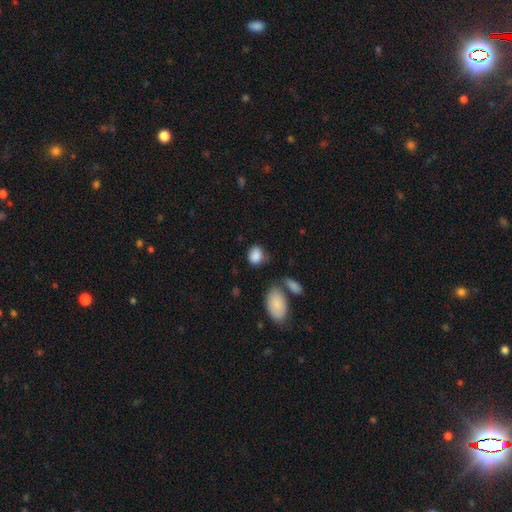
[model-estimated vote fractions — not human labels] A smooth galaxy with no disk features (87%) that is in between round and cigar-shaped (56%).

Vote fractions:
- Smooth or featured? smooth: 87% / star or artifact: 8% / featured or disk: 5%
- How rounded? in between: 56% / round: 42% / cigar-shaped: 2%
- Merging? none: 62% / minor disturbance: 23% / major disturbance: 8% / merger: 7%